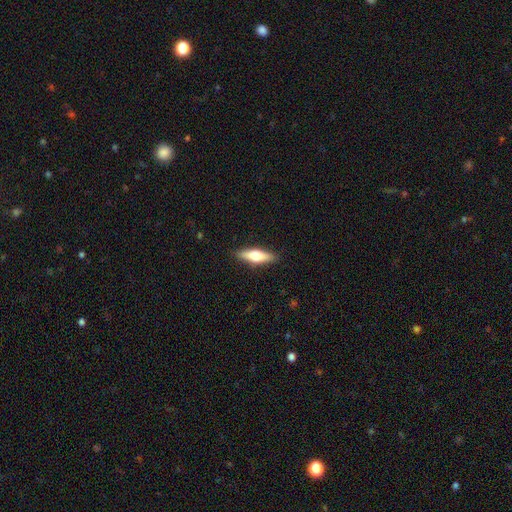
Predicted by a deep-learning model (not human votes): Smooth or featured?
  - smooth: 53% *
  - featured or disk: 41%
  - star or artifact: 6%
How rounded?
  - cigar-shaped: 61% *
  - in between: 36%
  - round: 2%
Merging?
  - none: 89% *
  - minor disturbance: 8%
  - major disturbance: 2%
  - merger: 1%